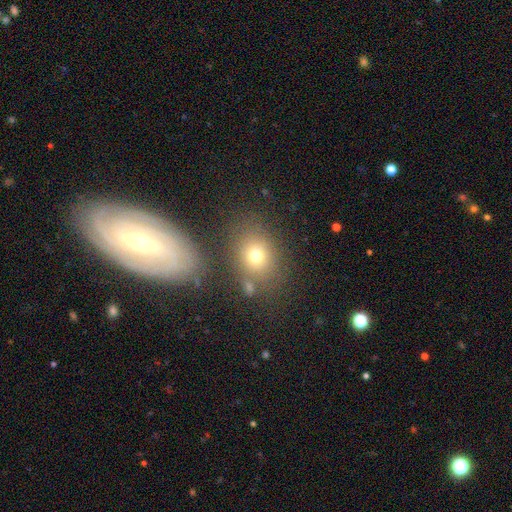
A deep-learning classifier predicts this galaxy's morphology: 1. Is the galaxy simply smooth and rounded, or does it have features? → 71% smooth, 15% featured or disk, 14% star or artifact.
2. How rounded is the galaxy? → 51% round, 47% in between, 1% cigar-shaped.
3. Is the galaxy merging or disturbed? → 69% none, 13% minor disturbance, 12% merger, 6% major disturbance.